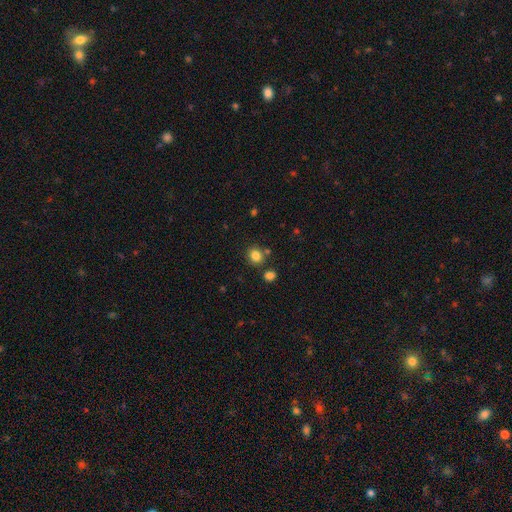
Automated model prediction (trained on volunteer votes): The model was most divided on "how rounded": round: 77%, in between: 23%, cigar-shaped: 1%. More confident: smooth or featured — smooth (83%); merging — none (78%).